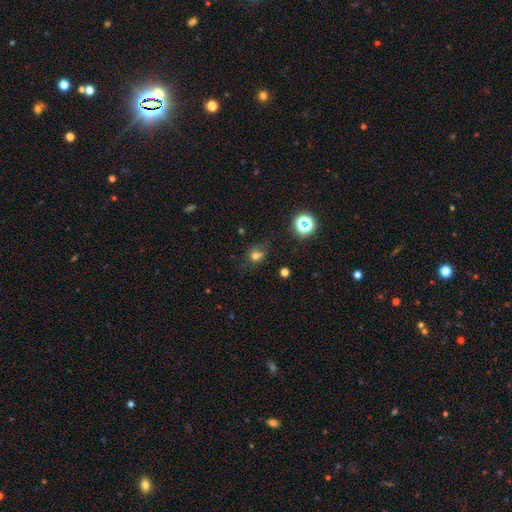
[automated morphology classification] Smooth or featured: smooth — 66% (star or artifact — 22%)
How rounded: round — 70% (in between — 29%)
Merging: none — 48% (minor disturbance — 22%)